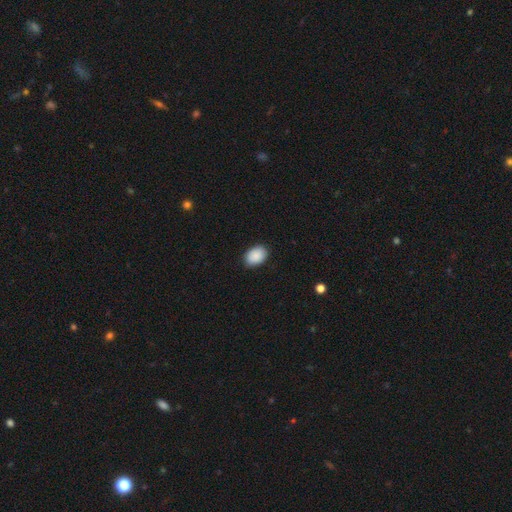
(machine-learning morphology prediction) smooth-or-featured: smooth: 91% | star or artifact: 7% | featured or disk: 3%
  how-rounded: in between: 81% | round: 18% | cigar-shaped: 1%
  merging: none: 87% | minor disturbance: 11% | major disturbance: 2% | merger: 1%